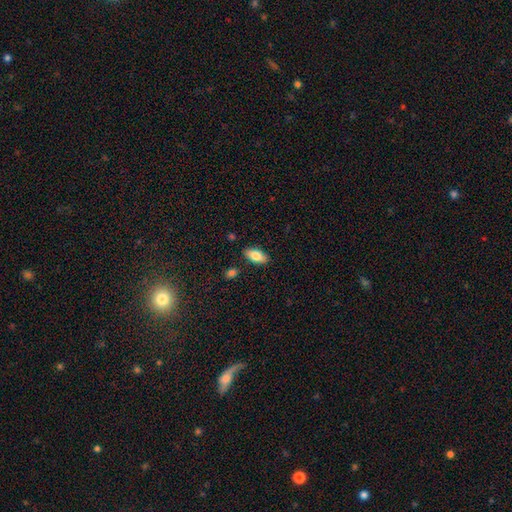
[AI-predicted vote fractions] Smooth or featured: smooth — 82% (featured or disk — 11%)
How rounded: in between — 91% (cigar-shaped — 7%)
Merging: none — 85% (minor disturbance — 10%)